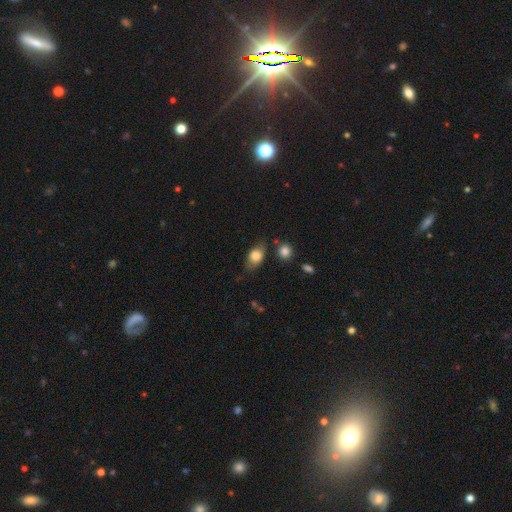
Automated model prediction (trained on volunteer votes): A smooth galaxy with no disk features (77%) that is in between round and cigar-shaped (76%). Merging: none (64%).